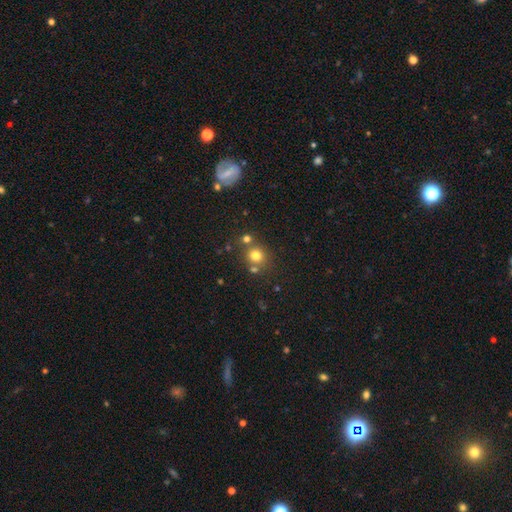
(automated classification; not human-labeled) smooth 74%, star or artifact 17%, featured or disk 9%. Down the decision tree: how rounded — round (87%); merging — none (67%).